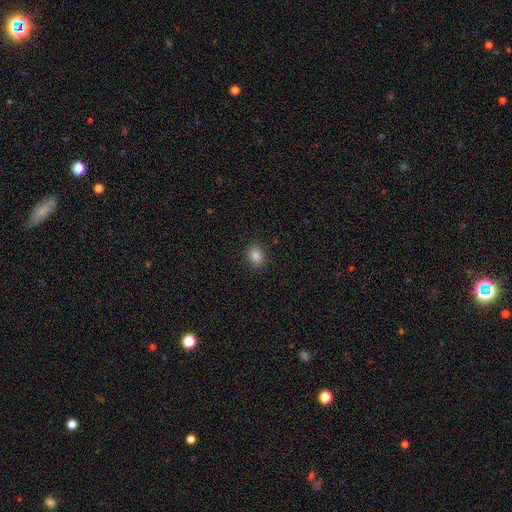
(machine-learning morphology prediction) This appears to be a smooth galaxy with no disk features (85%) that is round (62%). Merging: none (89%).